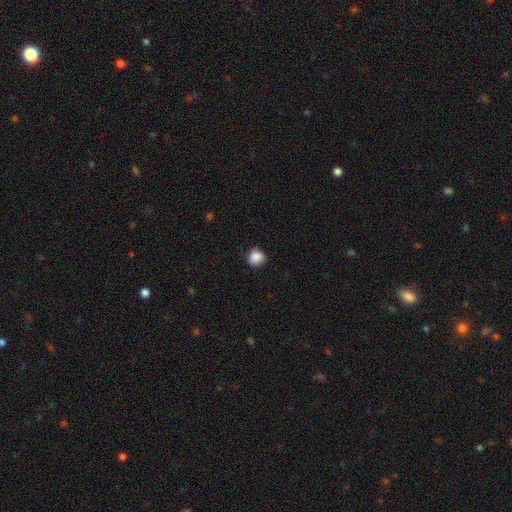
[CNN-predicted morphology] Smooth or featured? smooth (87%)
How rounded? round (87%)
Merging? none (83%)